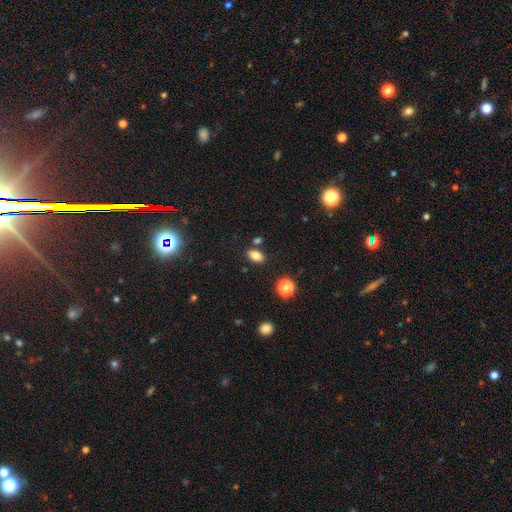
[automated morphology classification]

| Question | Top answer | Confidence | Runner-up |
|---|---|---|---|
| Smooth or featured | smooth | 81% | star or artifact (12%) |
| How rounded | in between | 87% | round (10%) |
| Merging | none | 79% | minor disturbance (10%) |